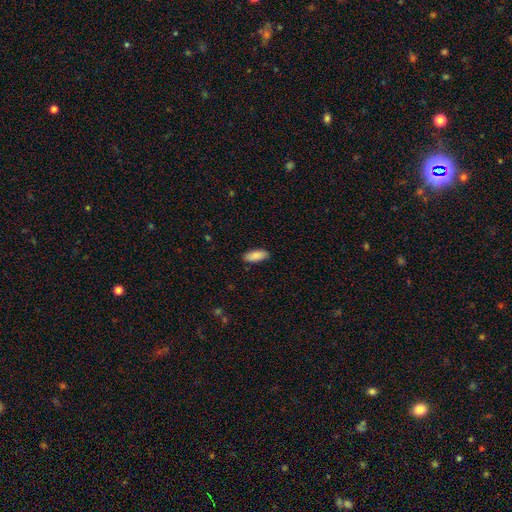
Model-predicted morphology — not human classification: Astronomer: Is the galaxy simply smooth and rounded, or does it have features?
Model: smooth — 89%.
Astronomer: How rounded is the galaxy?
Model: in between — 80%.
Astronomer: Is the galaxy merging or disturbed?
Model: none — 87%.